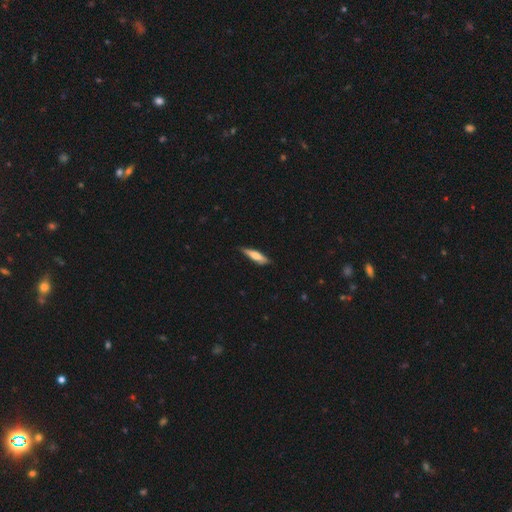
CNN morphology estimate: type=smooth (62%); roundness=cigar-shaped (76%); merging=none (76%).